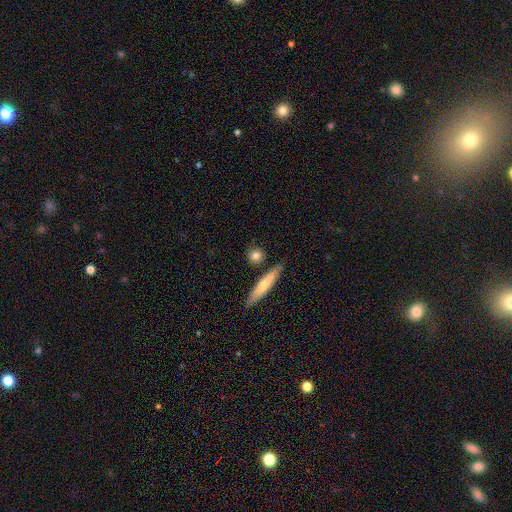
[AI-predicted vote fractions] A smooth galaxy with no disk features (79%) that is round (63%).

Vote fractions:
- Smooth or featured? smooth: 79% / featured or disk: 14% / star or artifact: 7%
- How rounded? round: 63% / cigar-shaped: 22% / in between: 15%
- Merging? none: 81% / minor disturbance: 10% / merger: 7% / major disturbance: 3%